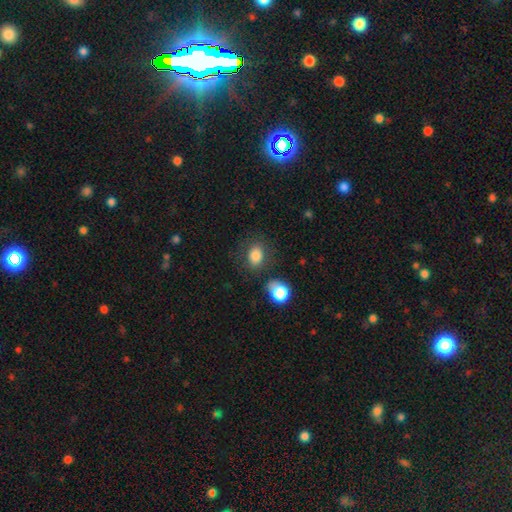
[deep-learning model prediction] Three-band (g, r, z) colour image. It shows a smooth galaxy with no disk features (83%) that is in between round and cigar-shaped (60%). Merging: none (71%).